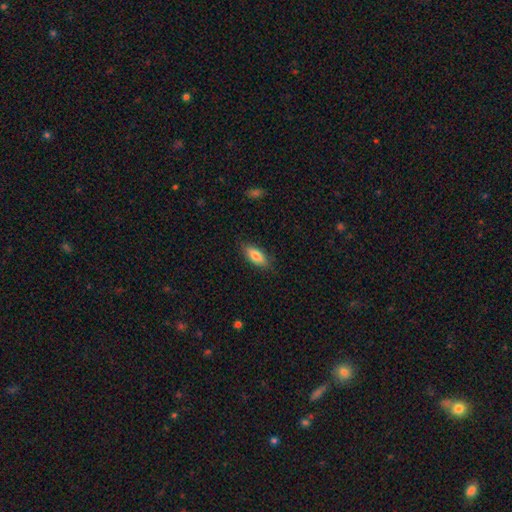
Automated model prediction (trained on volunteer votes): The model was most divided on "how rounded": in between: 74%, cigar-shaped: 24%, round: 2%. More confident: merging — none (85%); smooth or featured — smooth (81%).